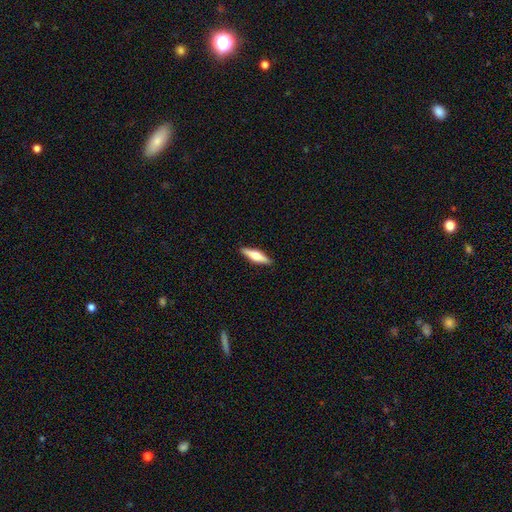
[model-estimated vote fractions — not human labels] featured or disk 48%, smooth 46%, star or artifact 6%. Down the decision tree: merging — none (90%).